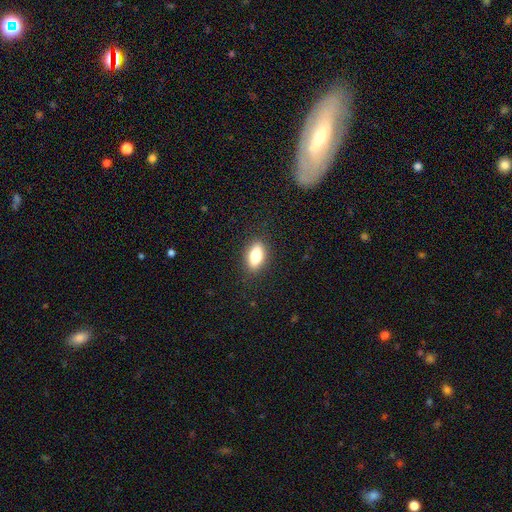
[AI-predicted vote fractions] Smooth or featured? Predicted: smooth (p=0.79). How rounded? Predicted: in between (p=0.86). Merging? Predicted: none (p=0.87).